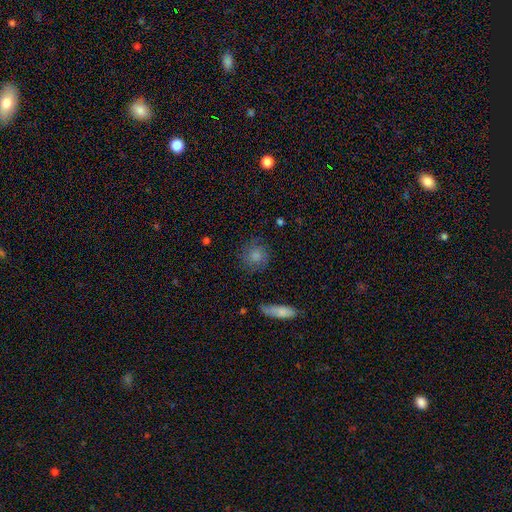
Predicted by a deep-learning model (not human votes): This appears to be a smooth galaxy with no disk features (74%) that is round (87%). Merging: none (77%).